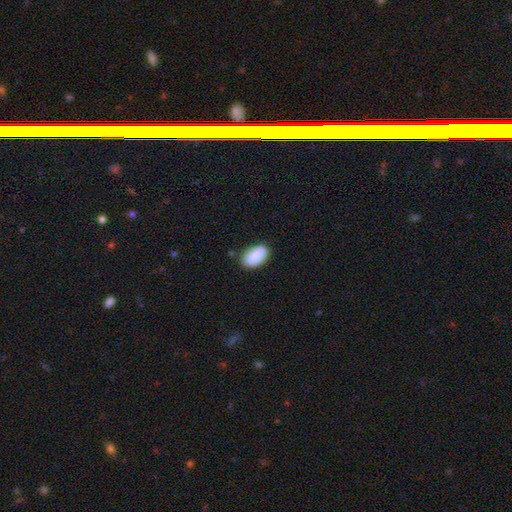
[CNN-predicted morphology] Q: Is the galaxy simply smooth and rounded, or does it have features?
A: smooth — 88%.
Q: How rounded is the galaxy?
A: in between — 93%.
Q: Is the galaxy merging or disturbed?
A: none — 81%.